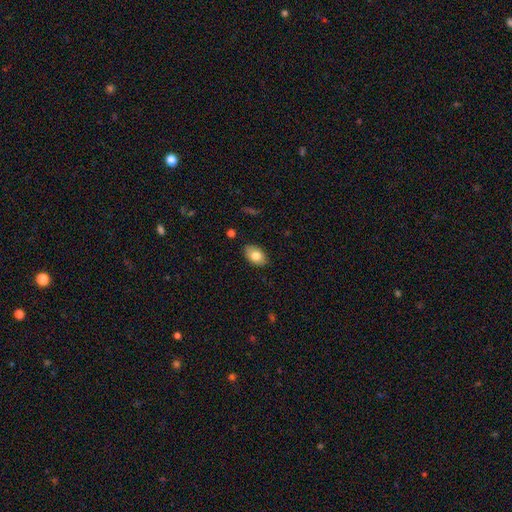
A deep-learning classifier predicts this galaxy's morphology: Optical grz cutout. It shows a smooth galaxy with no disk features (80%) that is in between round and cigar-shaped (88%). Merging: none (85%).